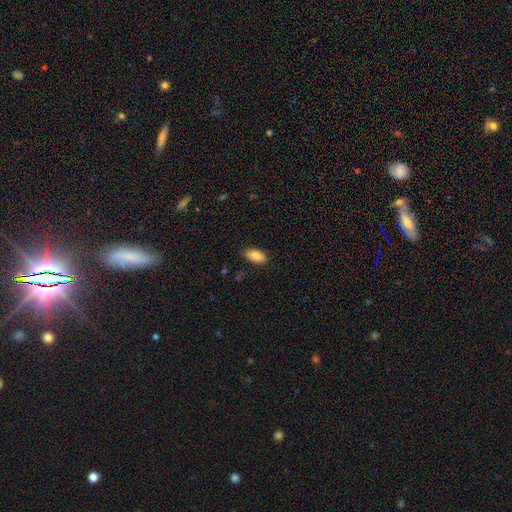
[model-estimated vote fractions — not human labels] A smooth galaxy with no disk features (86%) that is in between round and cigar-shaped (92%). Merging: none (86%).